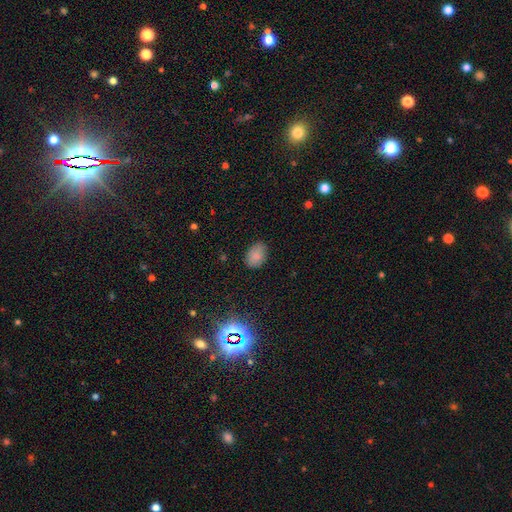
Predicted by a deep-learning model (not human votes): Smooth or featured? Predicted: smooth (p=0.82). How rounded? Predicted: in between (p=0.81). Merging? Predicted: none (p=0.79).